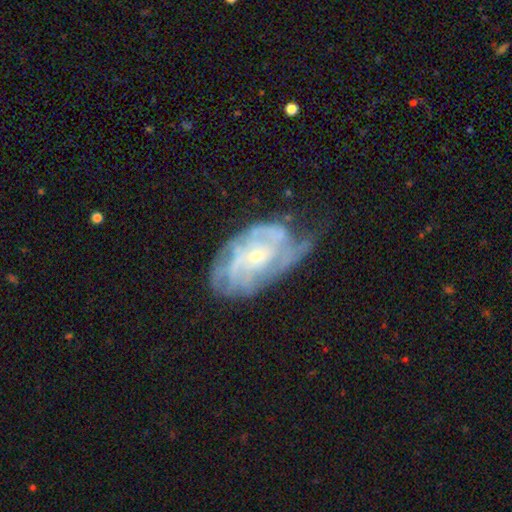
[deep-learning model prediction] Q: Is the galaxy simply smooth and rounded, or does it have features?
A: featured or disk — 78%.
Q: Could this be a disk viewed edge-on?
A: no — 95%.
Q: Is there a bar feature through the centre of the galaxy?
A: no — 71%.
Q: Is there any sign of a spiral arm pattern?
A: yes — 81%.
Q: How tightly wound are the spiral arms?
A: tight — 55%.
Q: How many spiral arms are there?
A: can't tell — 52%.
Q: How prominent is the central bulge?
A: small — 70%.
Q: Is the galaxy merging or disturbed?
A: none — 39%.